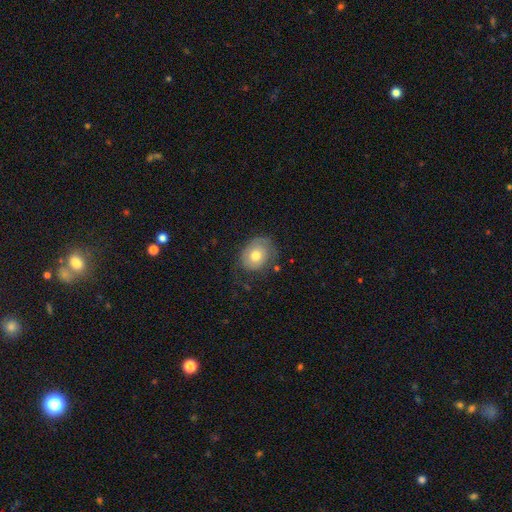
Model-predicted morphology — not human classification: A smooth galaxy with no disk features (59%) that is round (55%).

Vote fractions:
- Smooth or featured? smooth: 59% / featured or disk: 34% / star or artifact: 7%
- How rounded? round: 55% / in between: 44% / cigar-shaped: 1%
- Merging? none: 60% / minor disturbance: 26% / major disturbance: 12% / merger: 2%